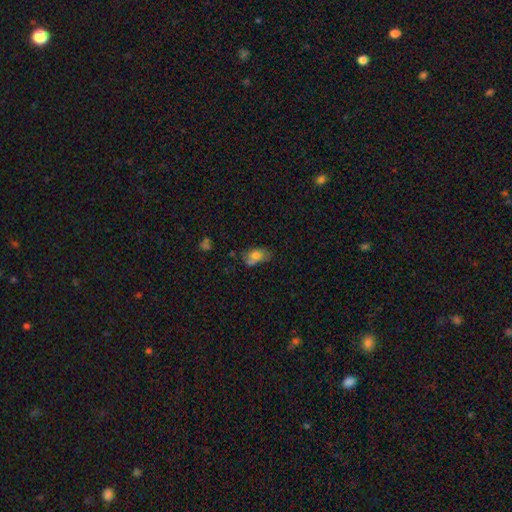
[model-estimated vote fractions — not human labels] Smooth or featured? Predicted: smooth (p=0.71). How rounded? Predicted: in between (p=0.82). Merging? Predicted: none (p=0.41).